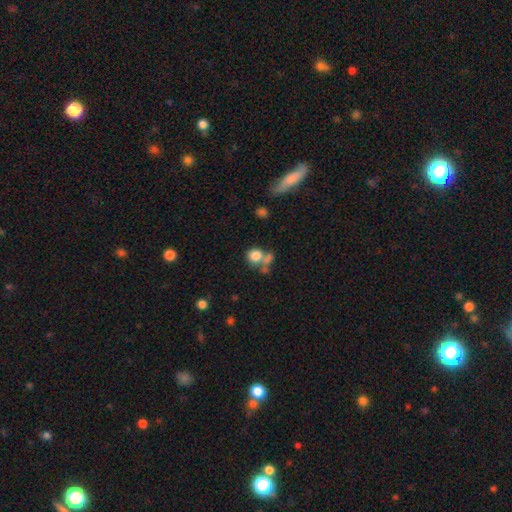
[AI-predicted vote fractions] smooth-or-featured: smooth: 79% | star or artifact: 11% | featured or disk: 10%
  how-rounded: round: 79% | in between: 20% | cigar-shaped: 1%
  merging: none: 42% | merger: 39% | minor disturbance: 11% | major disturbance: 8%